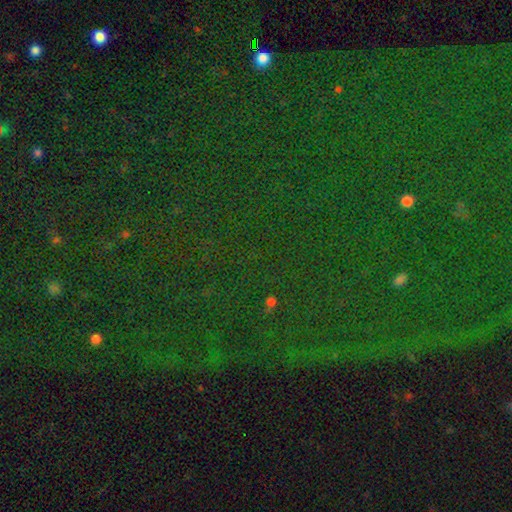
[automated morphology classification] smooth_or_featured: star or artifact (p=0.83) [alt: smooth p=0.09]